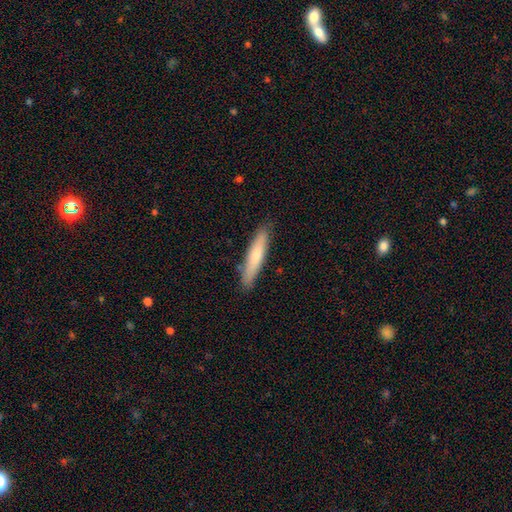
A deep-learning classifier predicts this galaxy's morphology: Overall: smooth (69%). How rounded: cigar-shaped (88%). Merging: none (87%).